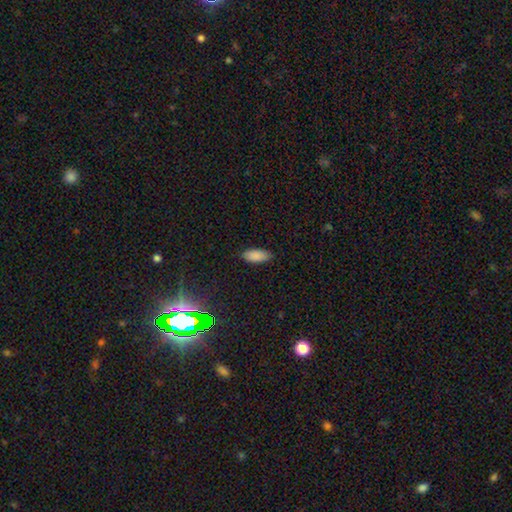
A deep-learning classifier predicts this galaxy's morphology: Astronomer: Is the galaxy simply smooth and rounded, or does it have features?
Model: smooth — 87%.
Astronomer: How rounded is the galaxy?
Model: in between — 87%.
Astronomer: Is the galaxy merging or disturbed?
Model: none — 87%.